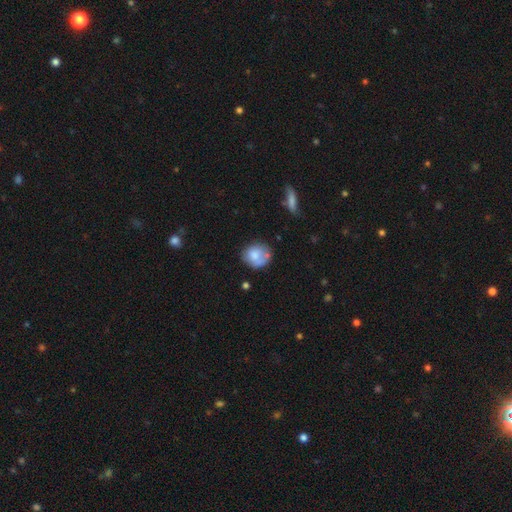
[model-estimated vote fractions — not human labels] smooth_or_featured: smooth (p=0.71) [alt: featured or disk p=0.21]
how_rounded: round (p=0.74) [alt: in between p=0.25]
merging: none (p=0.54) [alt: minor disturbance p=0.25]